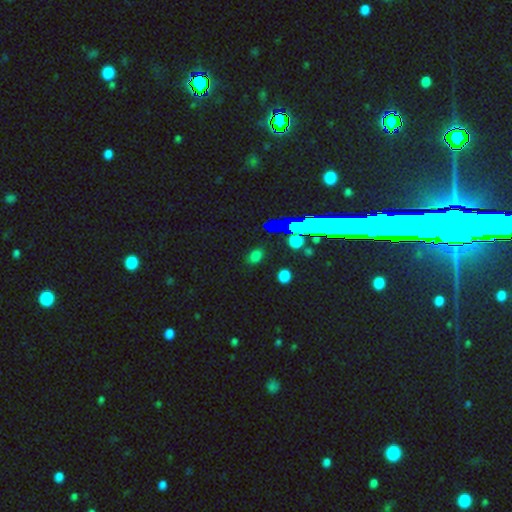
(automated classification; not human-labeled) A smooth galaxy with no disk features (62%) that is in between round and cigar-shaped (60%). Merging: none (85%).